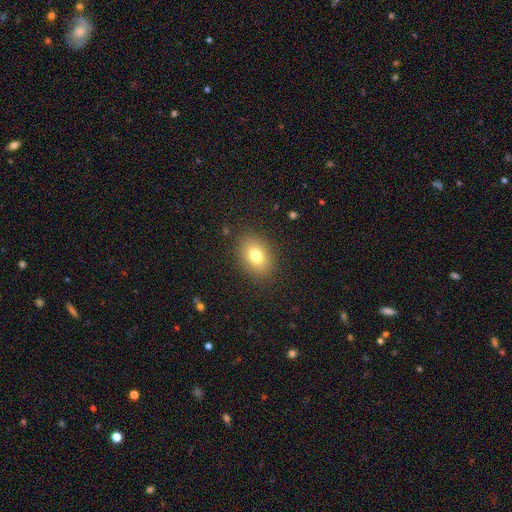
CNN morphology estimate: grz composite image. It shows a smooth galaxy with no disk features (77%) that is in between round and cigar-shaped (72%). Merging: none (87%).